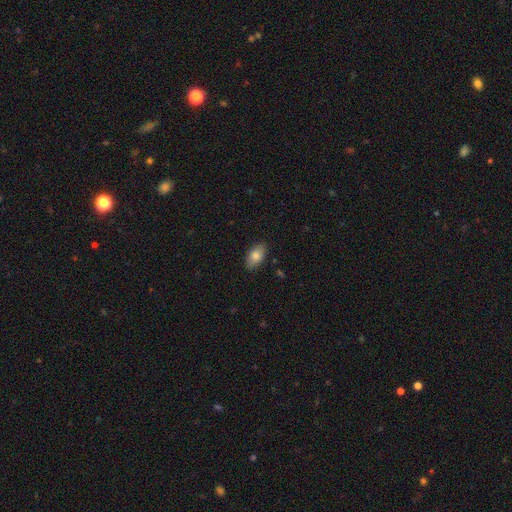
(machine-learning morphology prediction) A smooth galaxy with no disk features (81%) that is in between round and cigar-shaped (92%). Merging: none (88%).